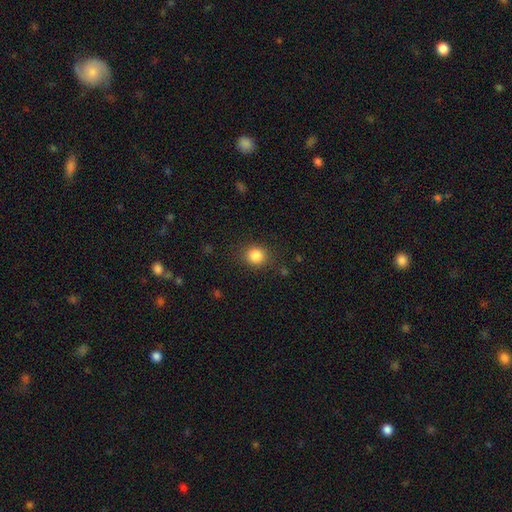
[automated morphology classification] A smooth galaxy with no disk features (84%) that is round (83%). Merging: none (85%).